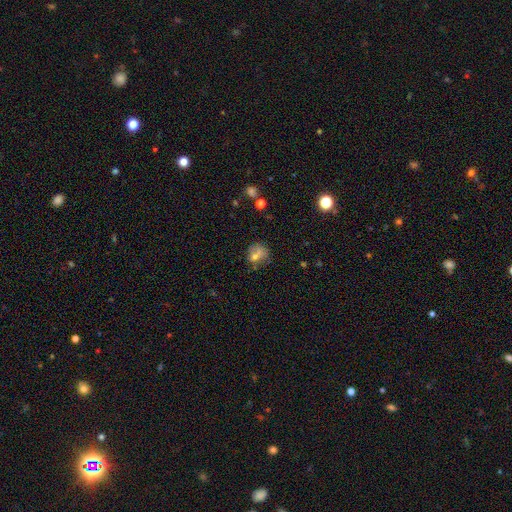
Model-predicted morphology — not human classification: This appears to be a smooth galaxy with no disk features (60%) that is round (72%). Merging: none (55%).